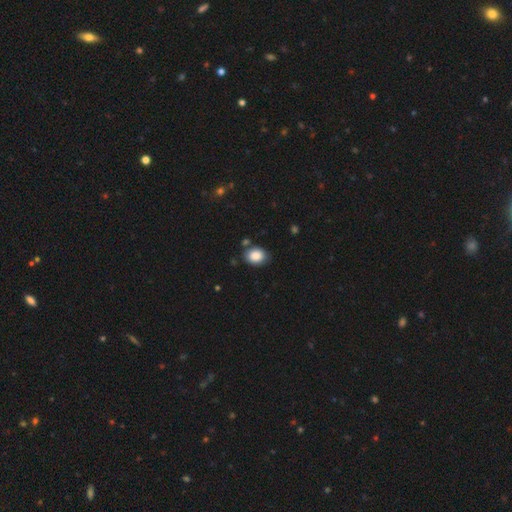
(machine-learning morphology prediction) Q: Smooth or featured?
A: smooth (87%); runner-up: star or artifact (8%)
Q: How rounded?
A: in between (56%); runner-up: round (43%)
Q: Merging?
A: none (75%); runner-up: minor disturbance (16%)